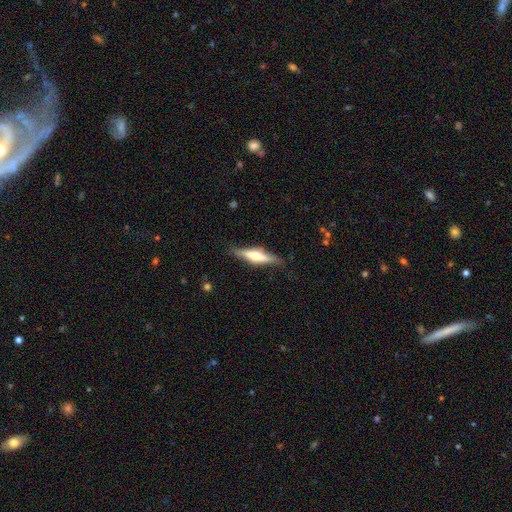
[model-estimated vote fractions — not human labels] A featured or disk galaxy (60%) viewed edge-on (94%) with a rounded central bulge (82%).

Vote fractions:
- Smooth or featured? featured or disk: 60% / smooth: 35% / star or artifact: 6%
- Edge-on disk? yes: 94% / no: 6%
- Edge-on bulge? rounded: 82% / boxy: 13% / none: 5%
- Merging? none: 83% / minor disturbance: 13% / major disturbance: 3% / merger: 1%